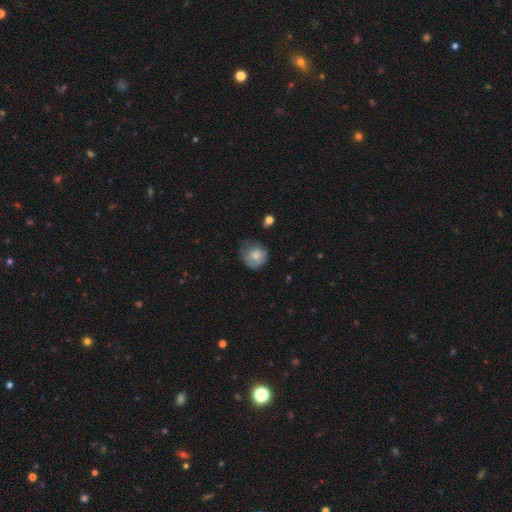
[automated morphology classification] Overall: smooth (75%). How rounded: round (84%). Merging: none (53%; minor disturbance 33%).